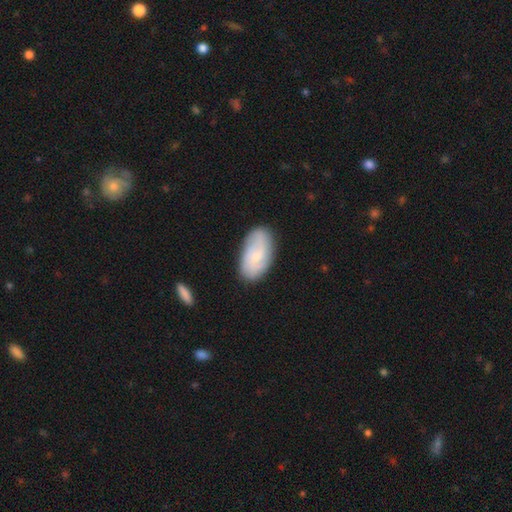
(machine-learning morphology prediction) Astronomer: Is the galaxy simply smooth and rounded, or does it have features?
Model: featured or disk — 47% (runner-up: smooth, 46%).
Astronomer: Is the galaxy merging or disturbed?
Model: none — 81%.